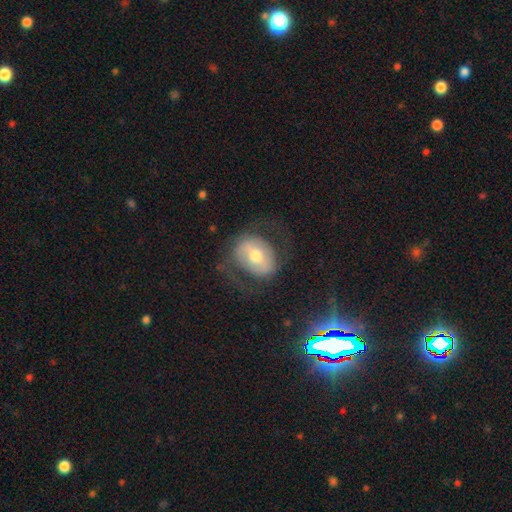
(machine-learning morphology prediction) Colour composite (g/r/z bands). It shows a featured or disk galaxy (56%) with a weak bar (36%), spiral arms (56%) and a moderate central bulge (69%). Merging: none (66%).